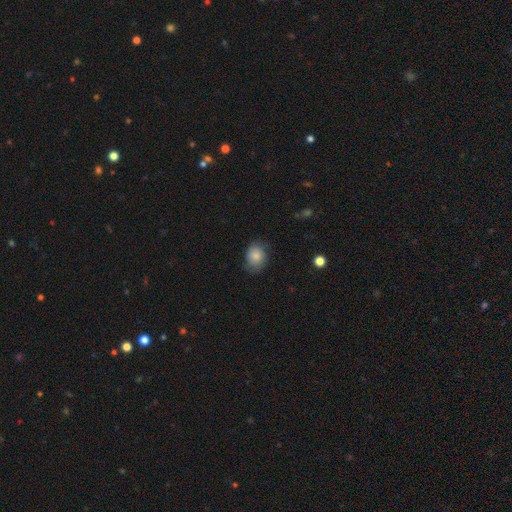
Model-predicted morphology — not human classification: Smooth or featured?
  - smooth: 79% *
  - featured or disk: 13%
  - star or artifact: 8%
How rounded?
  - in between: 55% *
  - round: 44%
  - cigar-shaped: 1%
Merging?
  - none: 66% *
  - minor disturbance: 25%
  - major disturbance: 7%
  - merger: 1%